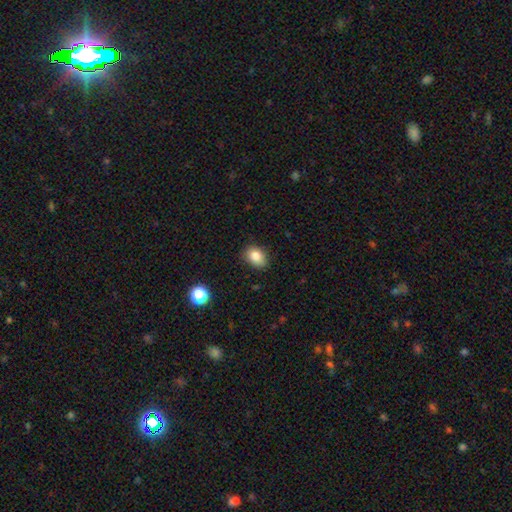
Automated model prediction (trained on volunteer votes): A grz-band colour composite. It shows a smooth galaxy with no disk features (83%) that is in between round and cigar-shaped (71%). Merging: none (82%).